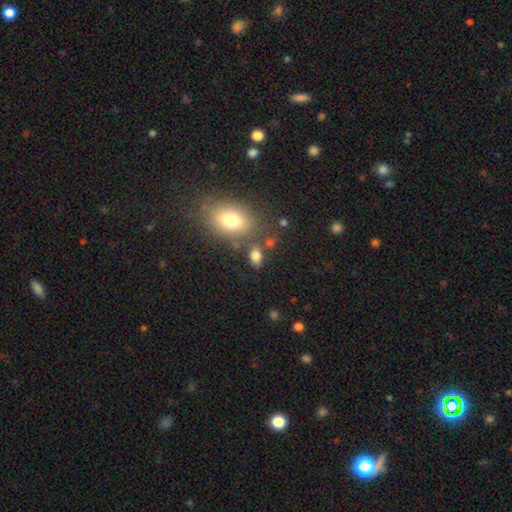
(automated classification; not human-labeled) smooth-or-featured: smooth: 81% | star or artifact: 11% | featured or disk: 8%
  how-rounded: in between: 84% | round: 13% | cigar-shaped: 3%
  merging: none: 69% | minor disturbance: 13% | merger: 11% | major disturbance: 6%